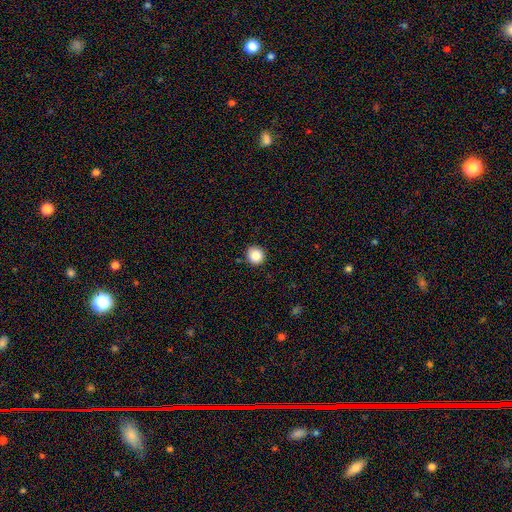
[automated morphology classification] The model was most divided on "smooth or featured": smooth: 86%, star or artifact: 10%, featured or disk: 4%. More confident: how rounded — round (92%); merging — none (89%).